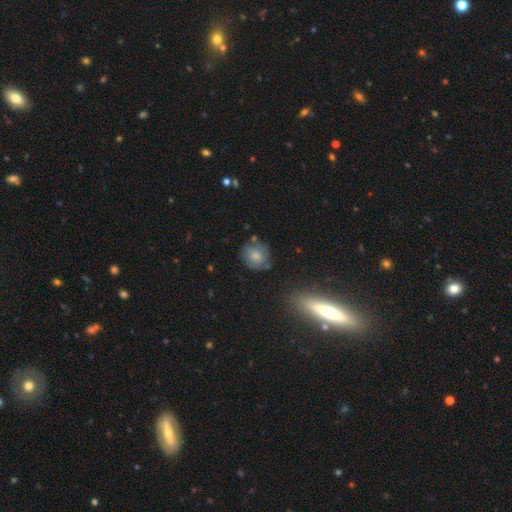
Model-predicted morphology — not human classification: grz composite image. It shows a smooth galaxy with no disk features (66%) that is round (80%). Merging: none (69%).